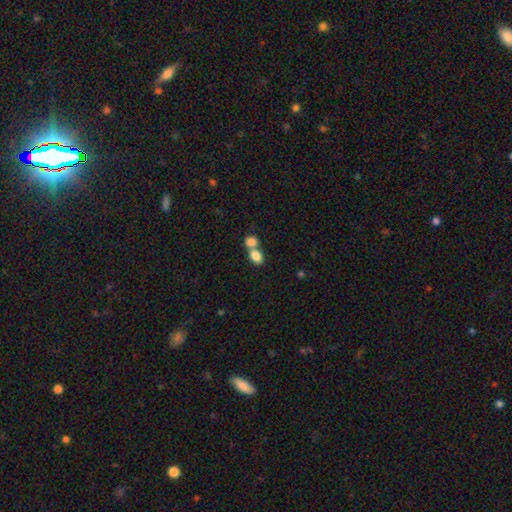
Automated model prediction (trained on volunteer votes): The model was most divided on "merging": merger: 61%, none: 30%, minor disturbance: 6%, major disturbance: 3%. More confident: smooth or featured — smooth (84%); how rounded — in between (73%).